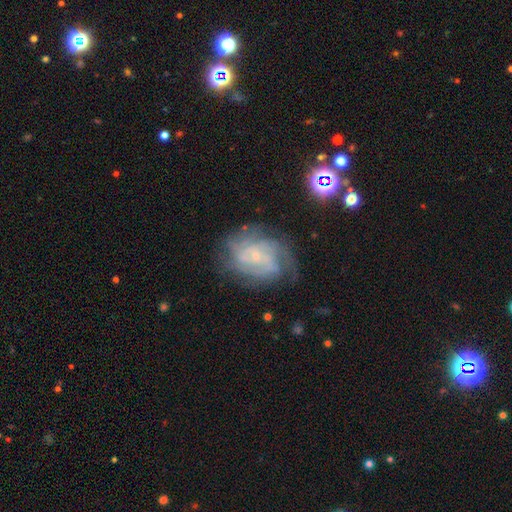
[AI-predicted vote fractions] Smooth or featured? Predicted: featured or disk (p=0.76). Edge-on disk? Predicted: no (p=0.97). Bar? Predicted: no (p=0.66). Spiral arms? Predicted: yes (p=0.89). Spiral winding? Predicted: tight (p=0.56). Spiral arm count? Predicted: can't tell (p=0.47). Bulge size? Predicted: small (p=0.80). Merging? Predicted: none (p=0.65).